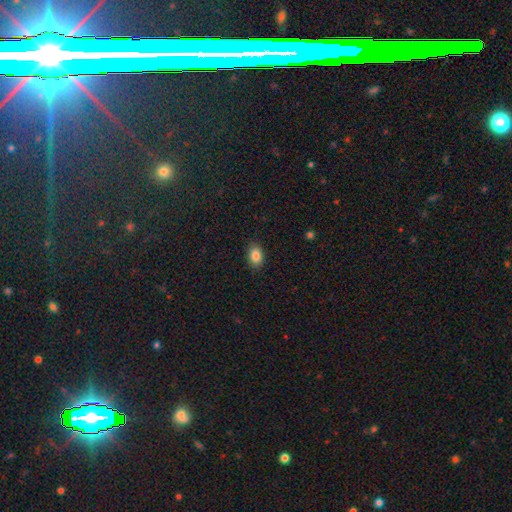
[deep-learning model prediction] smooth-or-featured: smooth: 86% | star or artifact: 8% | featured or disk: 5%
  how-rounded: in between: 84% | round: 14% | cigar-shaped: 1%
  merging: none: 88% | minor disturbance: 9% | major disturbance: 2% | merger: 1%